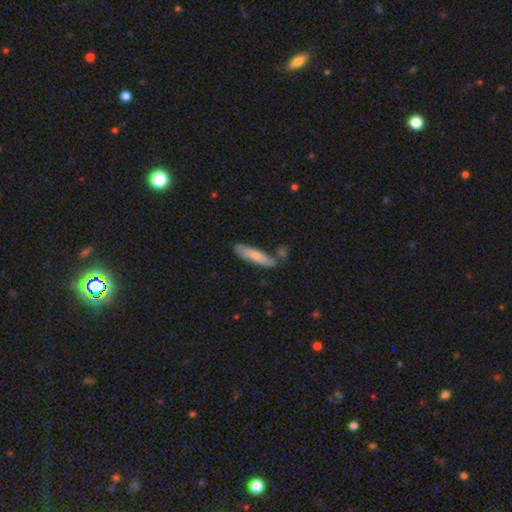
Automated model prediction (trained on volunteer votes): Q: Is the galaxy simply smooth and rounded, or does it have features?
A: smooth — 76%.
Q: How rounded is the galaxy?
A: cigar-shaped — 81%.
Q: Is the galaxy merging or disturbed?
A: none — 72%.